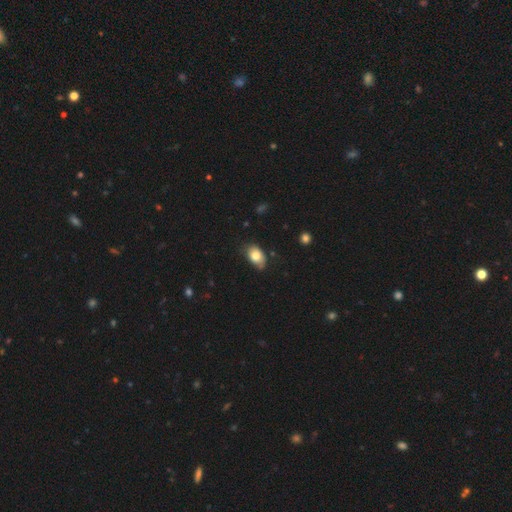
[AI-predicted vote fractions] smooth 79%, featured or disk 14%, star or artifact 8%. Down the decision tree: how rounded — in between (86%); merging — none (63%).